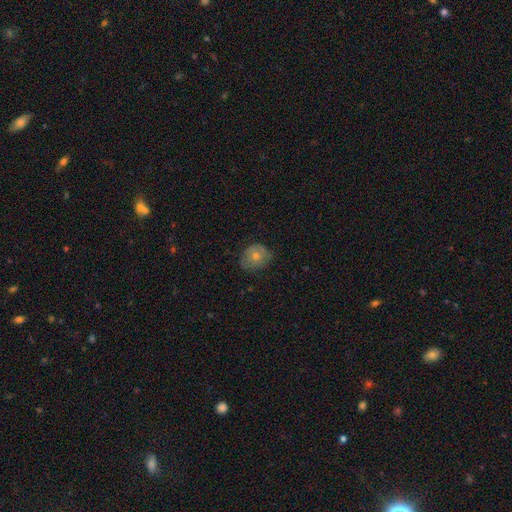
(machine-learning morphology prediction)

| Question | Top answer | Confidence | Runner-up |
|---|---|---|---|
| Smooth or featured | smooth | 70% | featured or disk (21%) |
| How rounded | round | 67% | in between (32%) |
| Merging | none | 68% | minor disturbance (25%) |